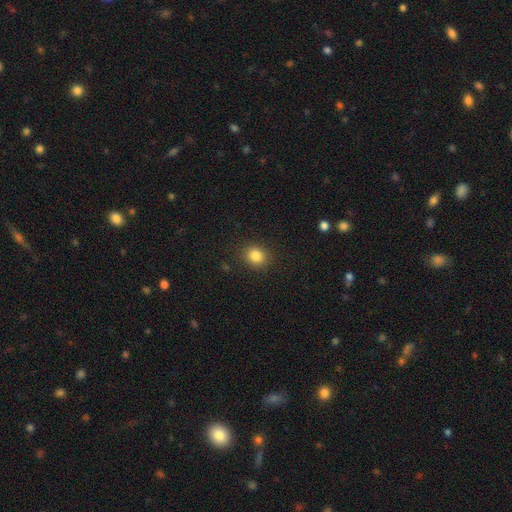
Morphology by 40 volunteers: Smooth or featured?
  - smooth: 88% *
  - star or artifact: 10%
  - featured or disk: 2%
How rounded?
  - round: 60% *
  - in between: 37%
  - cigar-shaped: 3%
Merging?
  - none: 89% *
  - minor disturbance: 6%
  - major disturbance: 3%
  - merger: 3%